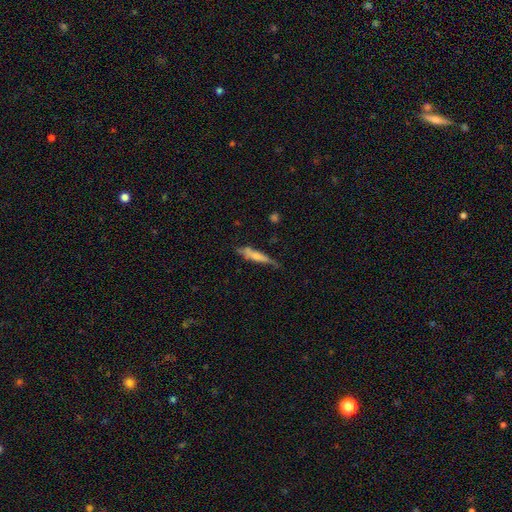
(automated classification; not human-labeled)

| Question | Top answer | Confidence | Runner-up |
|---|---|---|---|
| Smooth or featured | smooth | 60% | featured or disk (33%) |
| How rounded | cigar-shaped | 83% | in between (15%) |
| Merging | none | 51% | minor disturbance (33%) |